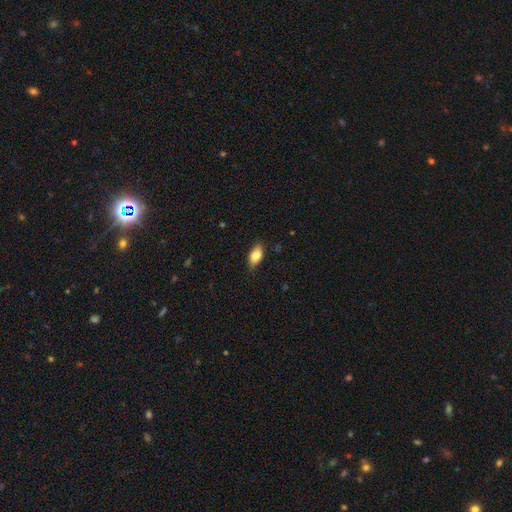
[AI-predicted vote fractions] Smooth or featured? Predicted: smooth (p=0.82). How rounded? Predicted: in between (p=0.88). Merging? Predicted: none (p=0.79).